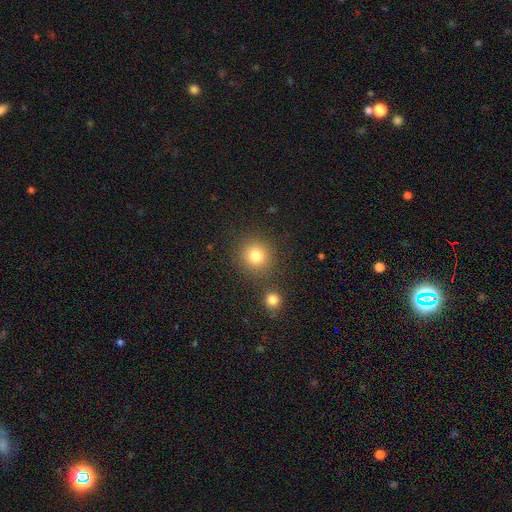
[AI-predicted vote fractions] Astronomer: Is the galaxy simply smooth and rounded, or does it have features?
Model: smooth — 80%.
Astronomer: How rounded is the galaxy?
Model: round — 91%.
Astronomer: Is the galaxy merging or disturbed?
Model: none — 80%.